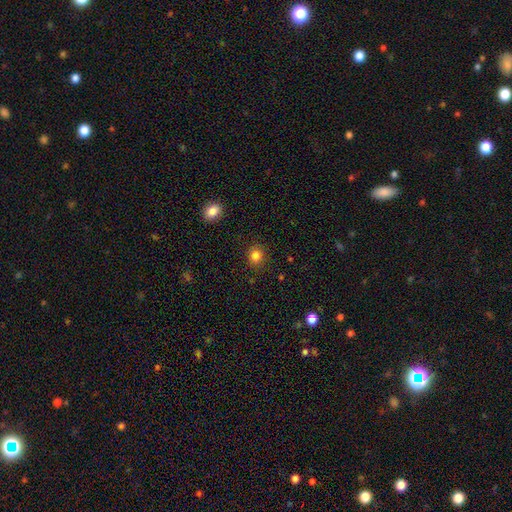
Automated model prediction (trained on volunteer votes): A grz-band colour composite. It shows a smooth galaxy with no disk features (83%) that is round (75%). Merging: none (89%).